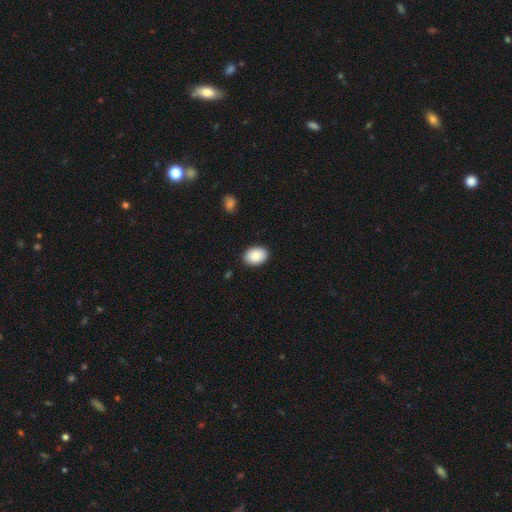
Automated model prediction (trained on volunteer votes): This appears to be a smooth galaxy with no disk features (89%) that is in between round and cigar-shaped (83%). Merging: none (89%).